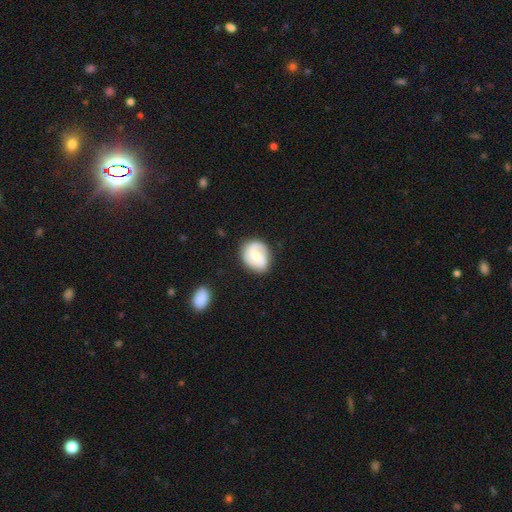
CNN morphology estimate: smooth_or_featured: featured or disk (p=0.66) [alt: smooth p=0.29]
disk_edge_on: no (p=0.98) [alt: yes p=0.02]
bar: weak (p=0.48) [alt: no p=0.38]
has_spiral_arms: yes (p=0.88) [alt: no p=0.12]
spiral_winding: medium (p=0.45) [alt: tight p=0.36]
spiral_arm_count: 2 (p=0.80) [alt: can't tell p=0.09]
bulge_size: moderate (p=0.58) [alt: small p=0.33]
merging: none (p=0.76) [alt: minor disturbance p=0.17]